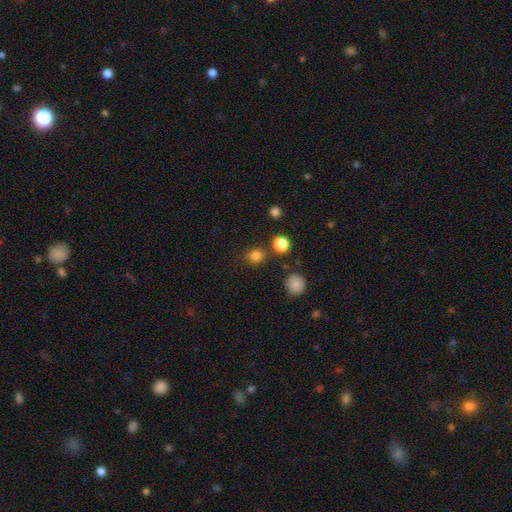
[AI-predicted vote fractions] Smooth or featured?
  - smooth: 81% *
  - star or artifact: 15%
  - featured or disk: 4%
How rounded?
  - round: 83% *
  - in between: 16%
  - cigar-shaped: 1%
Merging?
  - none: 83% *
  - minor disturbance: 8%
  - merger: 5%
  - major disturbance: 3%